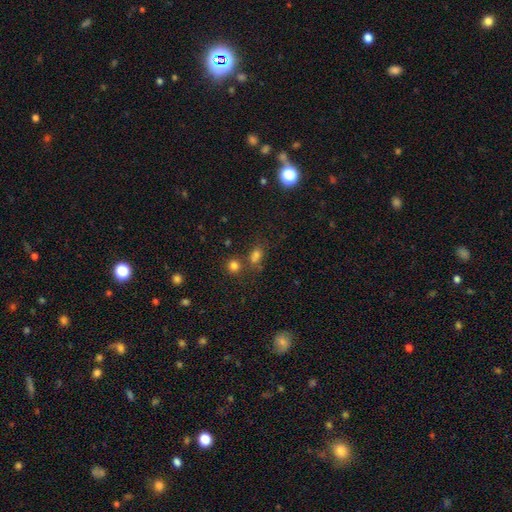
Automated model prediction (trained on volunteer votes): Smooth or featured?
  - smooth: 70% *
  - star or artifact: 22%
  - featured or disk: 8%
How rounded?
  - in between: 62% *
  - round: 35%
  - cigar-shaped: 3%
Merging?
  - none: 56% *
  - merger: 23%
  - minor disturbance: 14%
  - major disturbance: 7%